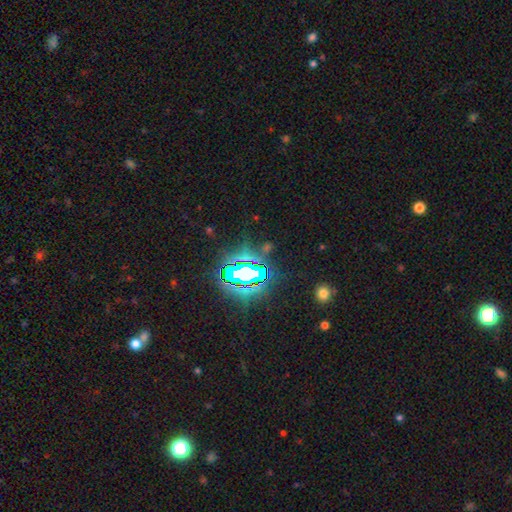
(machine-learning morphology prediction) Smooth or featured? Predicted: star or artifact (p=0.83).